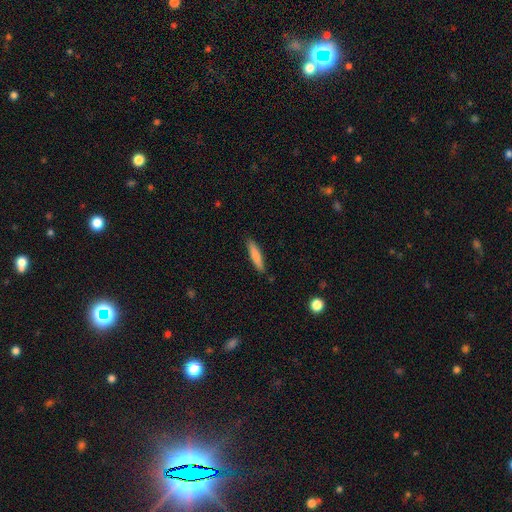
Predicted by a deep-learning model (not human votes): smooth_or_featured: smooth (p=0.79) [alt: featured or disk p=0.15]
how_rounded: cigar-shaped (p=0.85) [alt: in between p=0.14]
merging: none (p=0.88) [alt: minor disturbance p=0.09]